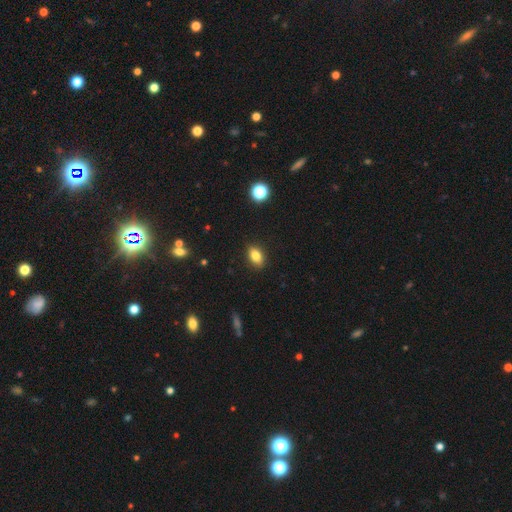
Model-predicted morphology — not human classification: This appears to be a smooth galaxy with no disk features (82%) that is in between round and cigar-shaped (84%). Merging: none (88%).